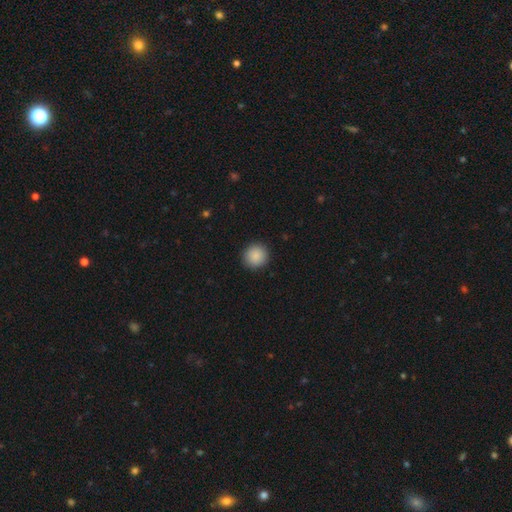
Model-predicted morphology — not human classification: The model was most divided on "smooth or featured": smooth: 89%, star or artifact: 8%, featured or disk: 3%. More confident: how rounded — round (93%); merging — none (92%).